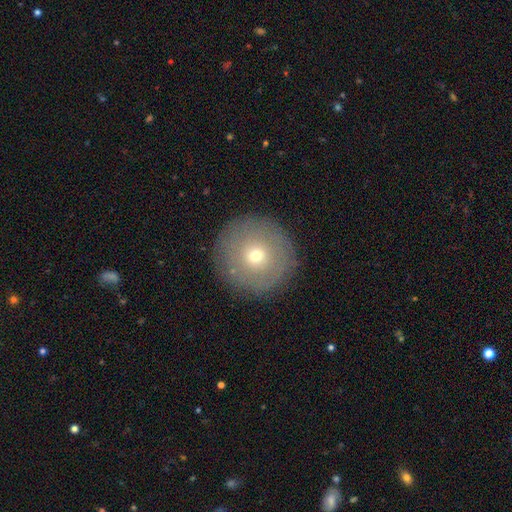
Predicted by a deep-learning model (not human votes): The model was most divided on "smooth or featured": smooth: 63%, featured or disk: 25%, star or artifact: 12%. More confident: how rounded — round (95%); merging — none (90%).